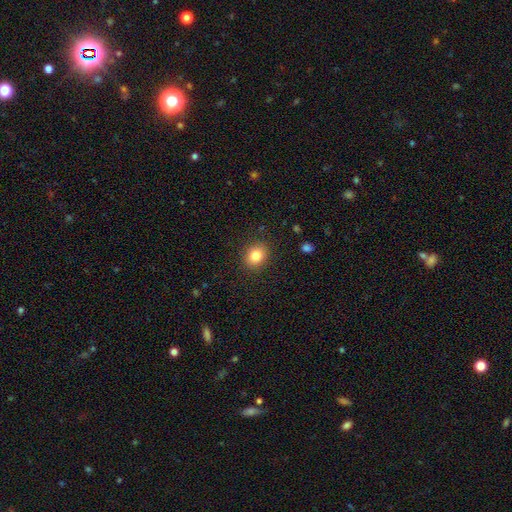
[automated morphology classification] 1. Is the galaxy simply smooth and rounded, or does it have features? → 84% smooth, 10% star or artifact, 7% featured or disk.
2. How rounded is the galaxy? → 51% round, 48% in between, 1% cigar-shaped.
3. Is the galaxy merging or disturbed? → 88% none, 9% minor disturbance, 3% major disturbance, 1% merger.